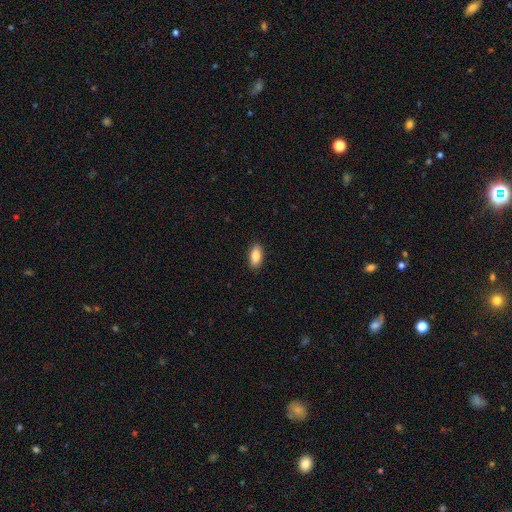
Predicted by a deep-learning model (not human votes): Morphology: type=smooth (84%); roundness=in between (87%); merging=none (89%).